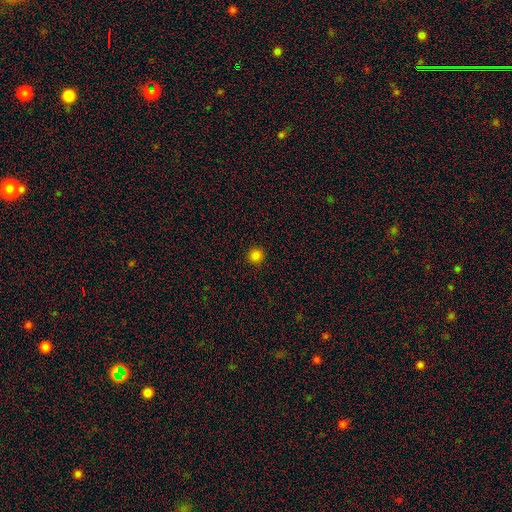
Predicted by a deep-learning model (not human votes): The model was most divided on "smooth or featured": smooth: 83%, star or artifact: 14%, featured or disk: 3%. More confident: how rounded — round (94%); merging — none (93%).